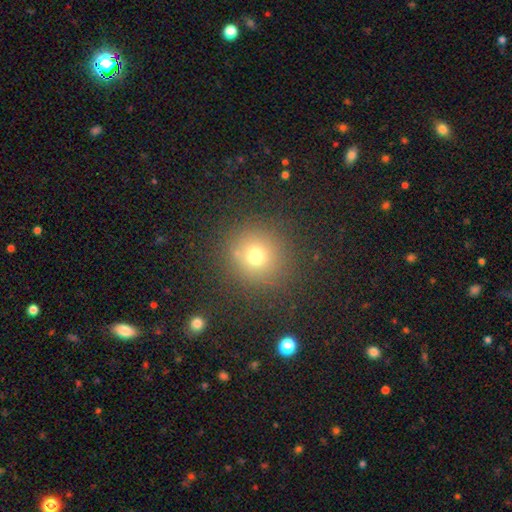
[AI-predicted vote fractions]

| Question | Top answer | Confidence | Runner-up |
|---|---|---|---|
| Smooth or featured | smooth | 71% | star or artifact (19%) |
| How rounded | round | 92% | in between (7%) |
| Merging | none | 85% | minor disturbance (9%) |